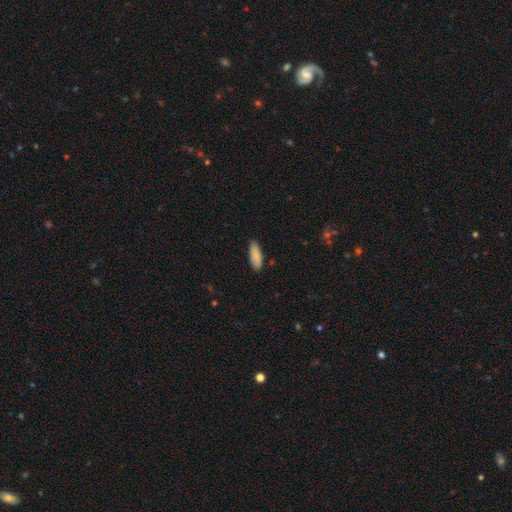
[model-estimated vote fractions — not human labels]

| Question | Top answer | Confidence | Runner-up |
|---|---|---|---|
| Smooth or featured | smooth | 88% | star or artifact (6%) |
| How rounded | in between | 65% | cigar-shaped (33%) |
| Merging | none | 86% | minor disturbance (11%) |